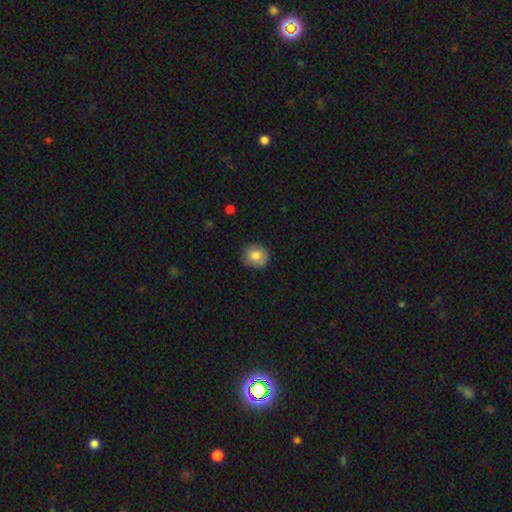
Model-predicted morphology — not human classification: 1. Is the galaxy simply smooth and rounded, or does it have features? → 83% smooth, 9% featured or disk, 8% star or artifact.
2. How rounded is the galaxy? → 88% round, 11% in between, 1% cigar-shaped.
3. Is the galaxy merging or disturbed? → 88% none, 9% minor disturbance, 2% major disturbance, 1% merger.